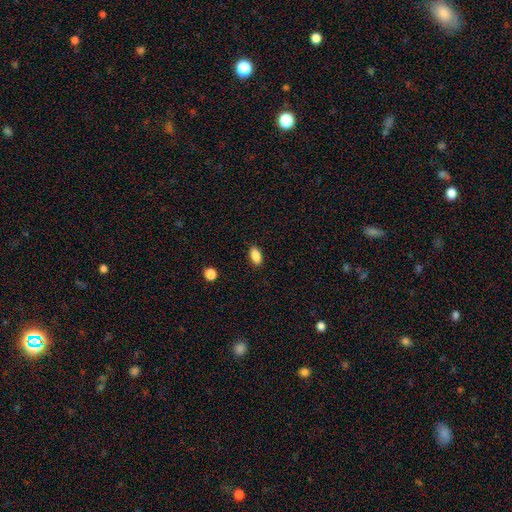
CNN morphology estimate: Smooth or featured: smooth — 88% (star or artifact — 8%)
How rounded: in between — 90% (cigar-shaped — 5%)
Merging: none — 88% (minor disturbance — 9%)